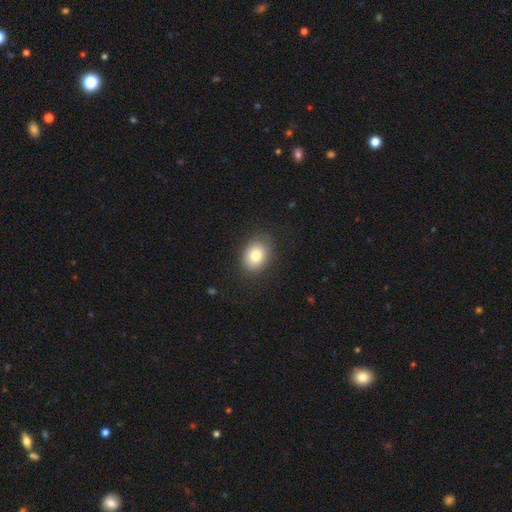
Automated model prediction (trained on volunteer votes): Smooth or featured? Predicted: smooth (p=0.81). How rounded? Predicted: in between (p=0.65). Merging? Predicted: none (p=0.84).